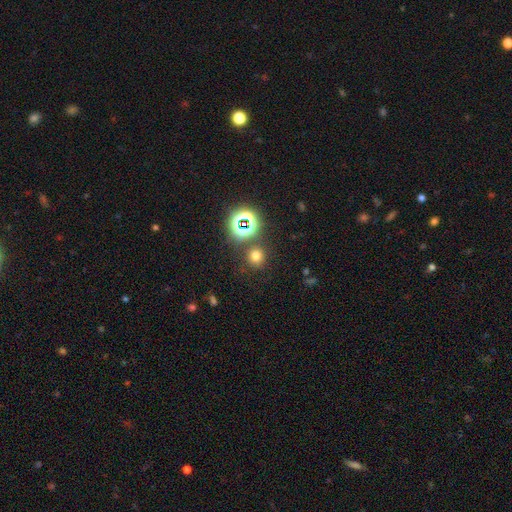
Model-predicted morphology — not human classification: A smooth galaxy with no disk features (67%) that is round (89%). Merging: none (83%).